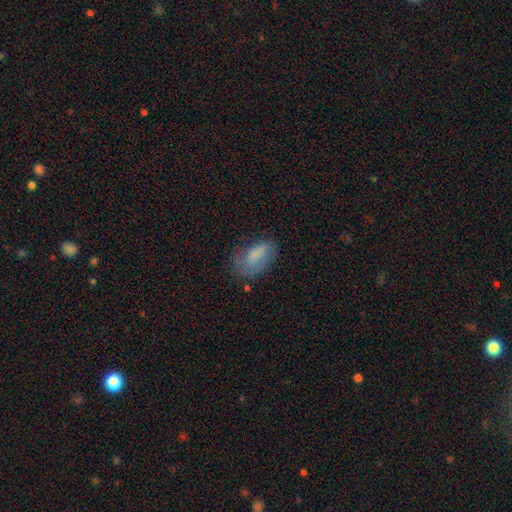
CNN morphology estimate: Smooth or featured? smooth (77%)
How rounded? in between (91%)
Merging? none (55%)